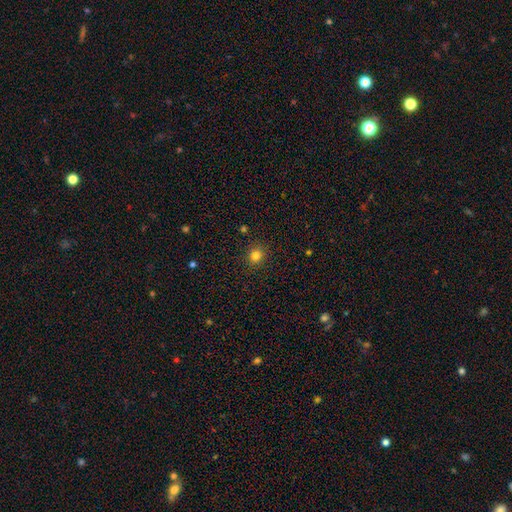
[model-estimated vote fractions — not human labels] Morphology: type=smooth (81%); roundness=round (89%); merging=none (91%).